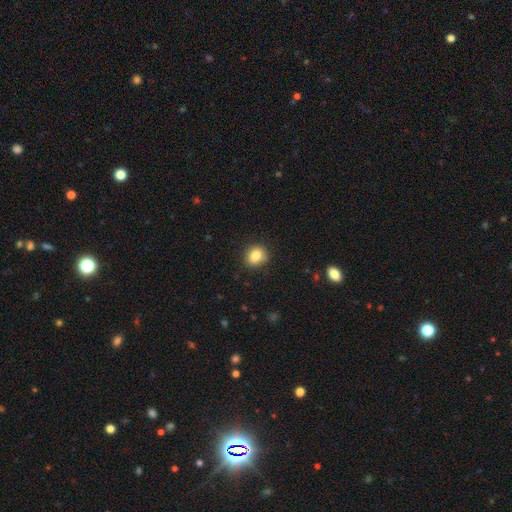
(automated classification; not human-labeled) Smooth or featured? smooth (85%)
How rounded? round (58%)
Merging? none (84%)